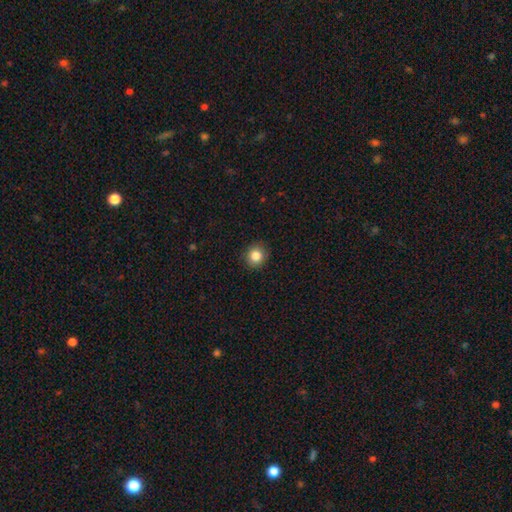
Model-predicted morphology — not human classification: Overall: smooth (85%). How rounded: round (85%). Merging: none (90%).